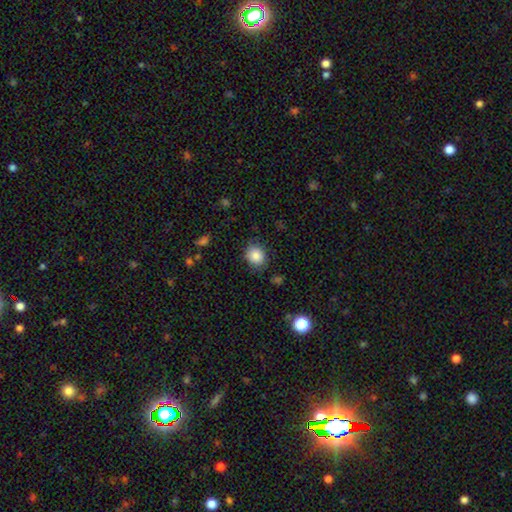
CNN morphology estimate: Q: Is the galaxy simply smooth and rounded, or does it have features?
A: smooth — 85%.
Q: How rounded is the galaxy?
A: round — 71%.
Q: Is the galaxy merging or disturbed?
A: none — 81%.